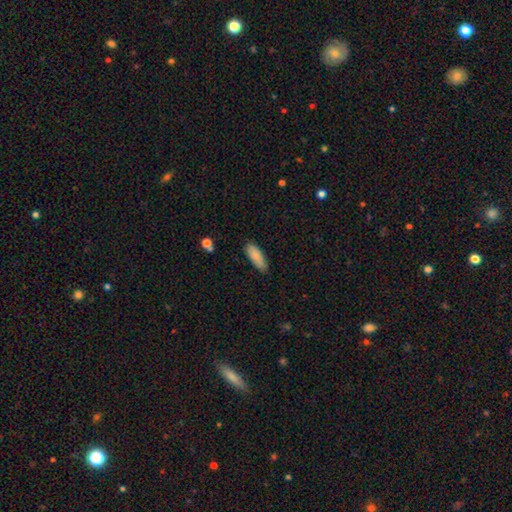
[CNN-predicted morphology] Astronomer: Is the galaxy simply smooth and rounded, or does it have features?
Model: smooth — 86%.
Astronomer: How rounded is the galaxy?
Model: in between — 71%.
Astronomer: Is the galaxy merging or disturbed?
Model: none — 79%.